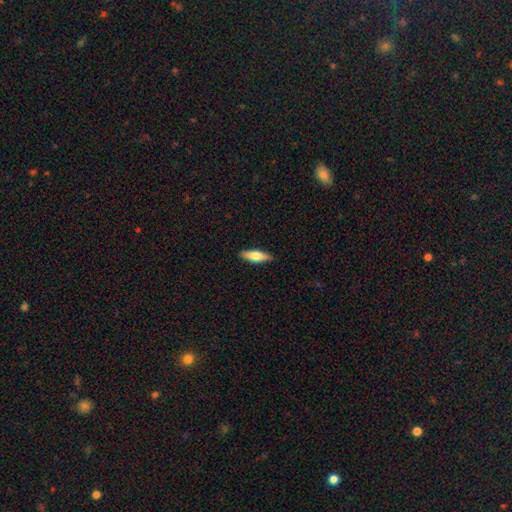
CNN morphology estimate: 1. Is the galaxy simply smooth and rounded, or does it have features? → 64% smooth, 30% featured or disk, 6% star or artifact.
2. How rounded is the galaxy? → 50% in between, 48% cigar-shaped, 2% round.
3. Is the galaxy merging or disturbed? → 89% none, 8% minor disturbance, 2% major disturbance, 1% merger.